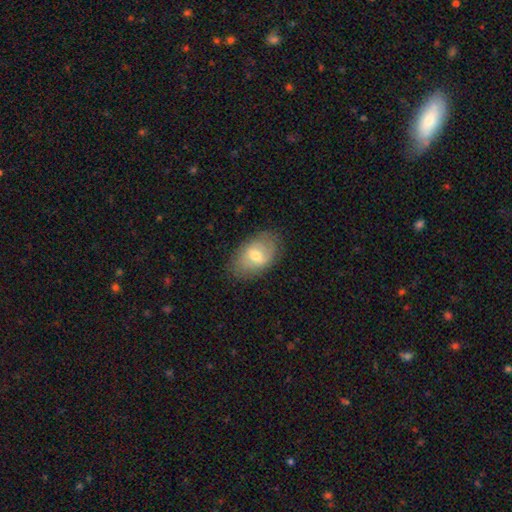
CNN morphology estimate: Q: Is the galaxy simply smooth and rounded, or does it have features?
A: smooth — 51%.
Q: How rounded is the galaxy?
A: in between — 87%.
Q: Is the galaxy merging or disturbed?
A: none — 78%.